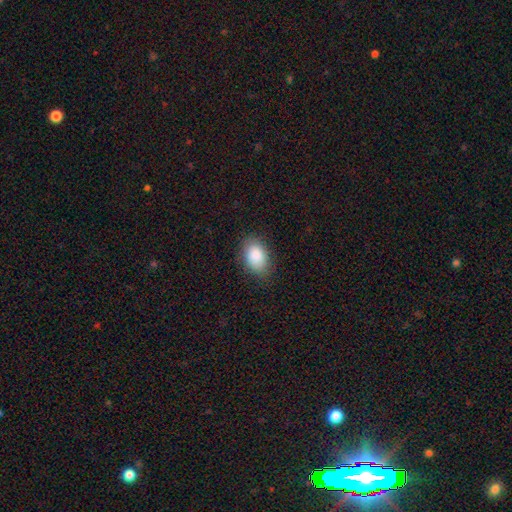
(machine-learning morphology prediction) The model was most divided on "merging": none: 81%, minor disturbance: 15%, major disturbance: 4%, merger: 1%. More confident: smooth or featured — smooth (88%); how rounded — in between (87%).